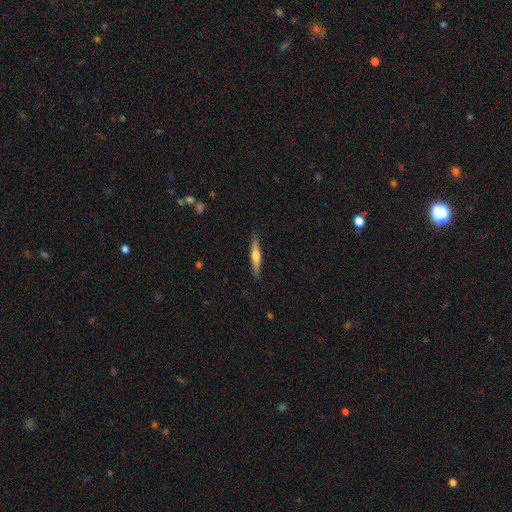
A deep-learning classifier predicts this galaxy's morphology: Smooth or featured?
  - featured or disk: 49% *
  - smooth: 46%
  - star or artifact: 5%
Merging?
  - none: 89% *
  - minor disturbance: 8%
  - major disturbance: 2%
  - merger: 1%